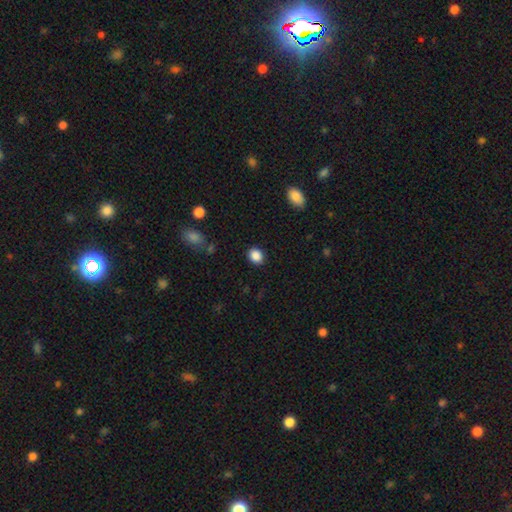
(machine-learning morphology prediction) smooth-or-featured: smooth: 87% | star or artifact: 9% | featured or disk: 3%
  how-rounded: round: 61% | in between: 39% | cigar-shaped: 1%
  merging: none: 88% | minor disturbance: 8% | major disturbance: 2% | merger: 1%